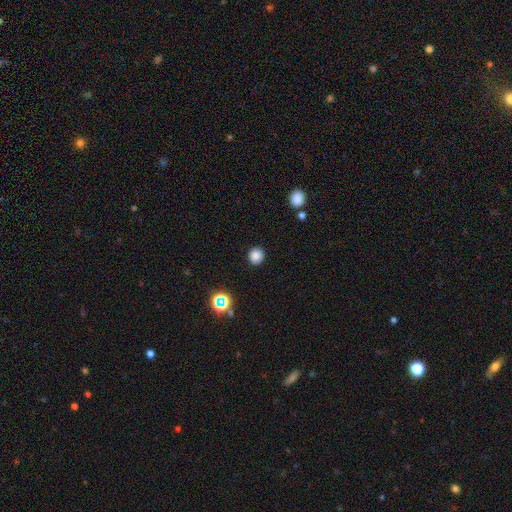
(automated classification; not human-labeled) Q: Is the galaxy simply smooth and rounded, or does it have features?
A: smooth — 83%.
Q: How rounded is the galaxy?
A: round — 90%.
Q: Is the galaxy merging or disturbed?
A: none — 91%.